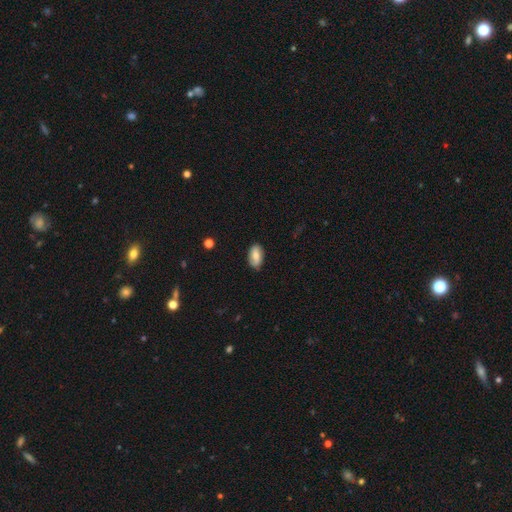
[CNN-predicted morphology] This is likely a smooth galaxy (65%). How rounded: clearly in between (92%). Merging: clearly none (82%).